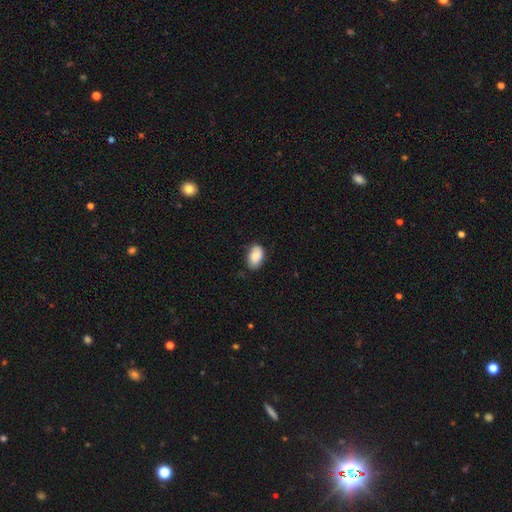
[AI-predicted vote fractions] smooth 85%, featured or disk 8%, star or artifact 7%. Down the decision tree: how rounded — in between (90%); merging — none (75%).